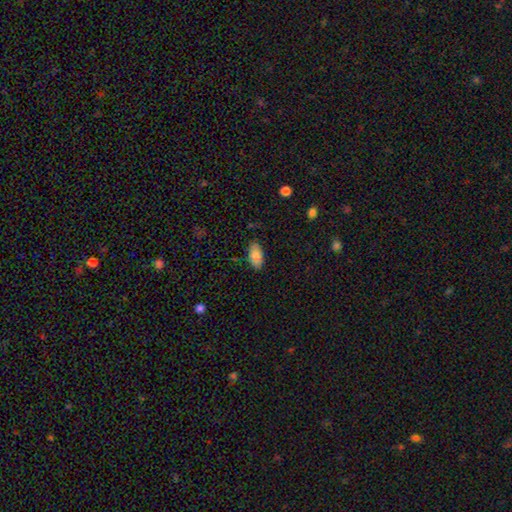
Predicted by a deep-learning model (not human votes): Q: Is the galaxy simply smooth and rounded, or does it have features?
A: smooth — 82%.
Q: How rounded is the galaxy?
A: in between — 94%.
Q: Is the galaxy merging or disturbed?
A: none — 82%.